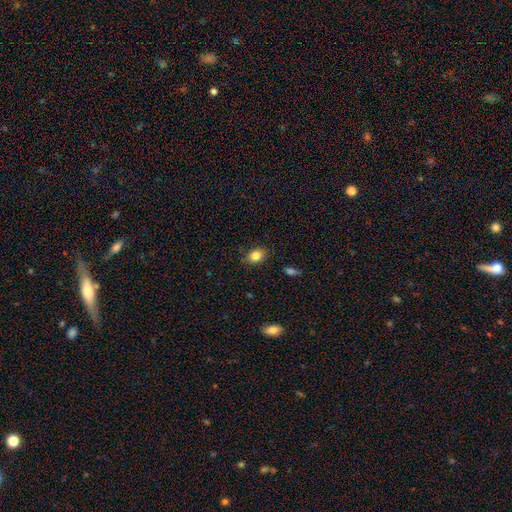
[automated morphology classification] This appears to be a smooth galaxy with no disk features (83%) that is in between round and cigar-shaped (60%). Merging: none (83%).